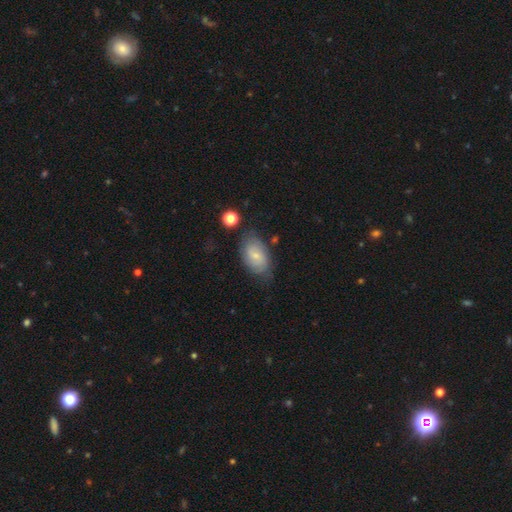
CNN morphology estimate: The model was most divided on "smooth or featured": smooth: 55%, featured or disk: 37%, star or artifact: 8%. More confident: how rounded — in between (89%); merging — none (66%).